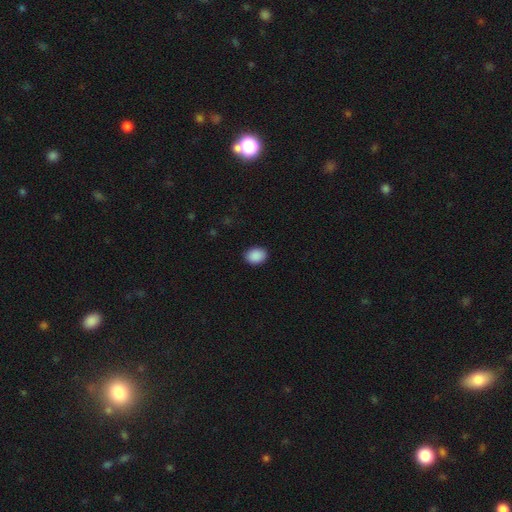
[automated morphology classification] Smooth or featured: smooth — 90% (star or artifact — 8%)
How rounded: in between — 60% (round — 39%)
Merging: none — 89% (minor disturbance — 8%)